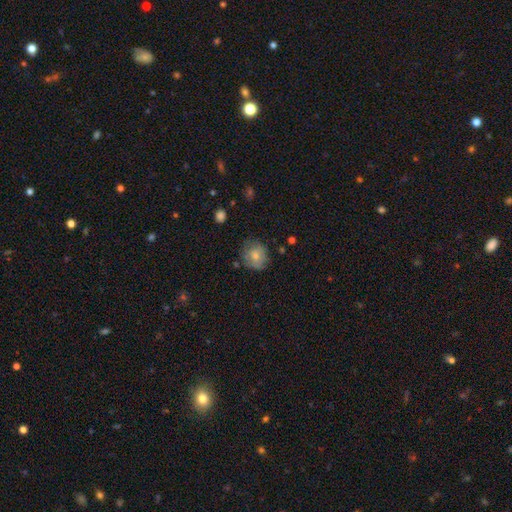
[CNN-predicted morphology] smooth_or_featured: smooth (p=0.71) [alt: featured or disk p=0.21]
how_rounded: round (p=0.75) [alt: in between p=0.24]
merging: none (p=0.65) [alt: minor disturbance p=0.25]